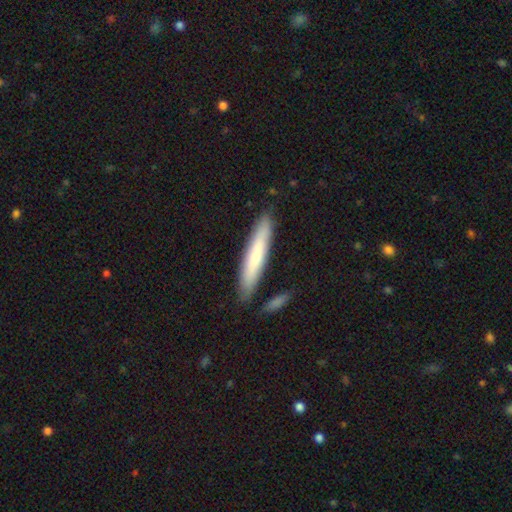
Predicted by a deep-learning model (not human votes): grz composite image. It shows a smooth galaxy with no disk features (71%) that is cigar-shaped (90%). Merging: none (84%).